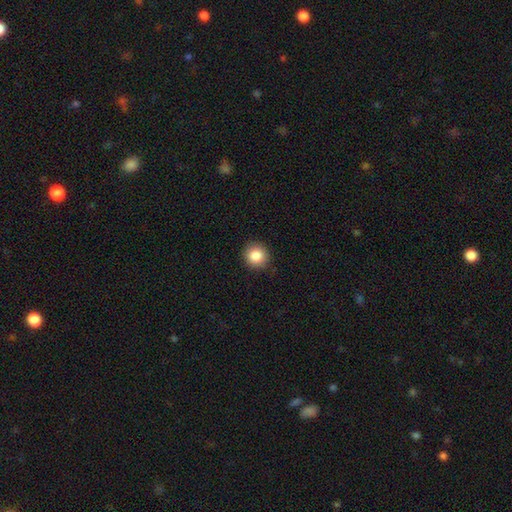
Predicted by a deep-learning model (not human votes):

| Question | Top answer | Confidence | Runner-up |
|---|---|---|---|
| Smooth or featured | smooth | 86% | star or artifact (9%) |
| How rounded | round | 91% | in between (8%) |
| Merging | none | 90% | minor disturbance (7%) |